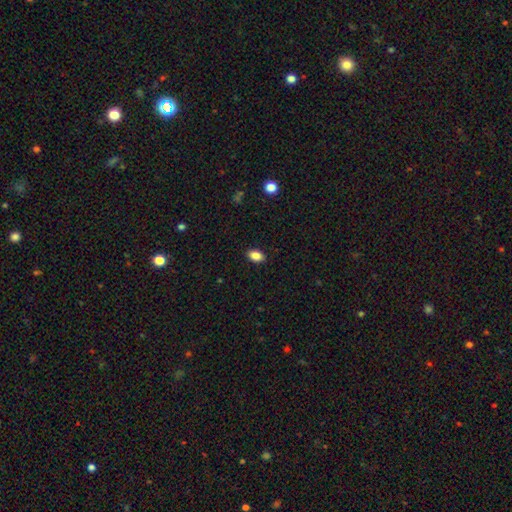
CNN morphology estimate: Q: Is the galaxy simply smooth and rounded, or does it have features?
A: smooth — 87%.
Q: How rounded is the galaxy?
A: in between — 88%.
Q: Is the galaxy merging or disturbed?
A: none — 89%.